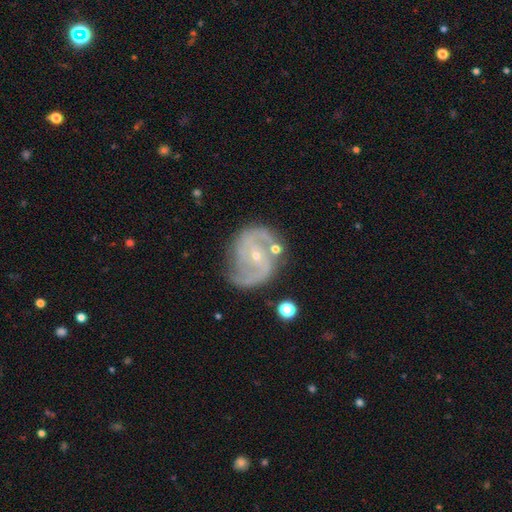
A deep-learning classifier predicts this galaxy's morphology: Smooth or featured? featured or disk (85%)
Edge-on disk? no (97%)
Bar? no (47%)
Spiral arms? yes (94%)
Spiral winding? medium (50%)
Spiral arm count? 2 (78%)
Bulge size? small (79%)
Merging? none (65%)